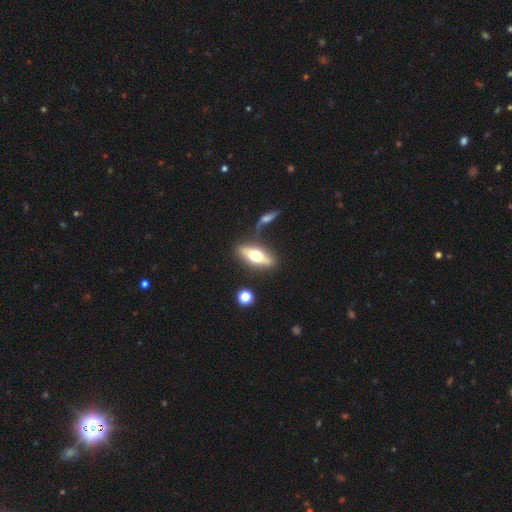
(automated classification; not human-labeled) A featured or disk galaxy (49%).

Vote fractions:
- Smooth or featured? featured or disk: 49% / smooth: 44% / star or artifact: 7%
- Merging? none: 71% / minor disturbance: 13% / merger: 11% / major disturbance: 5%